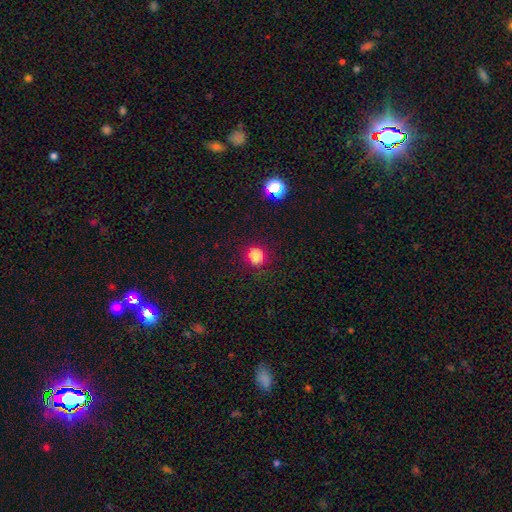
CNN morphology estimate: smooth 81%, star or artifact 15%, featured or disk 4%. Down the decision tree: how rounded — round (89%); merging — none (86%).